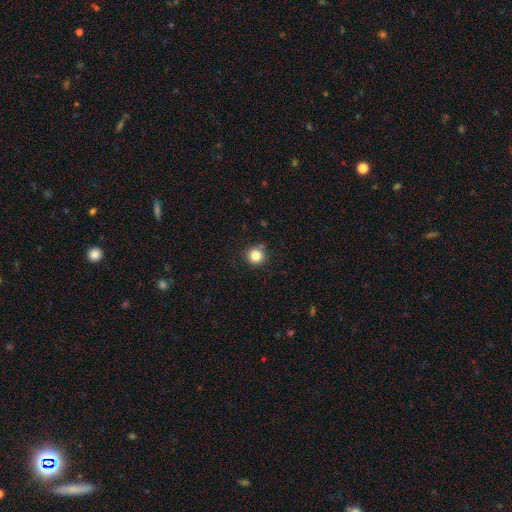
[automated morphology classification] type=smooth (84%); roundness=round (94%); merging=none (86%).